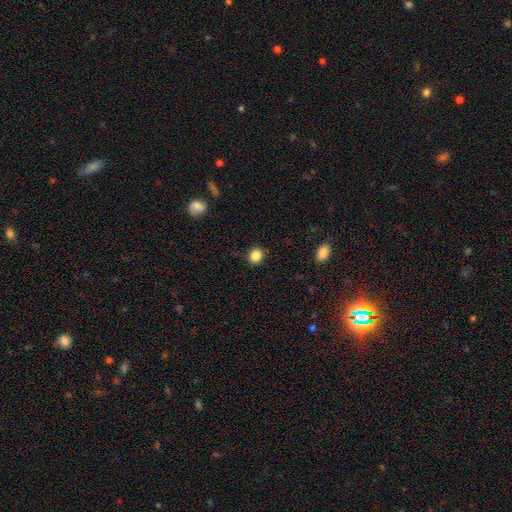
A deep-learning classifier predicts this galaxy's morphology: Smooth or featured?
  - smooth: 85% *
  - star or artifact: 10%
  - featured or disk: 5%
How rounded?
  - round: 85% *
  - in between: 14%
  - cigar-shaped: 1%
Merging?
  - none: 89% *
  - minor disturbance: 8%
  - major disturbance: 2%
  - merger: 1%